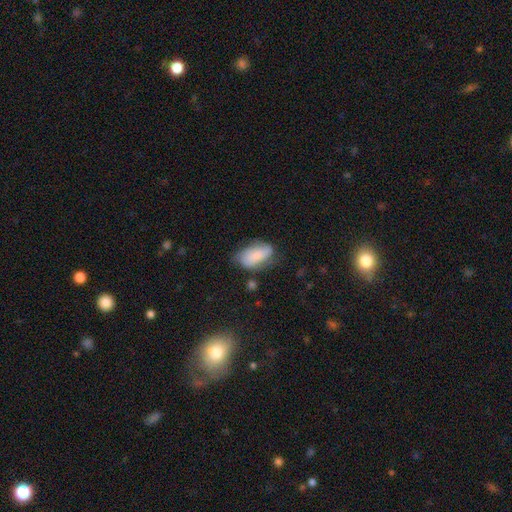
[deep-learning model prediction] smooth 70%, featured or disk 23%, star or artifact 7%. Down the decision tree: how rounded — in between (93%); merging — none (53%).